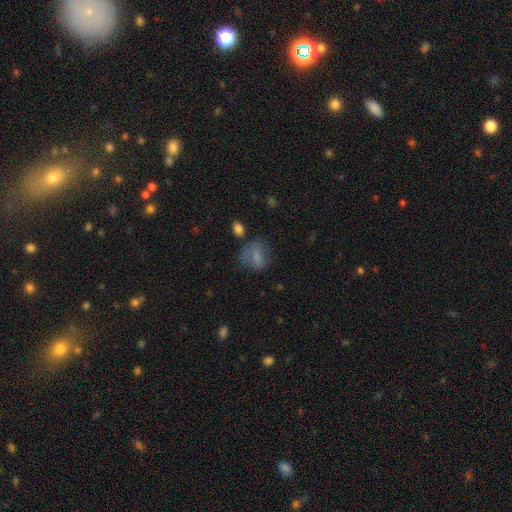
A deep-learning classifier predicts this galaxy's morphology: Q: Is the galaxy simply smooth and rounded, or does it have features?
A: smooth — 71%.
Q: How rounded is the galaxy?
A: in between — 62%.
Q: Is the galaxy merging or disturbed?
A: none — 45%.